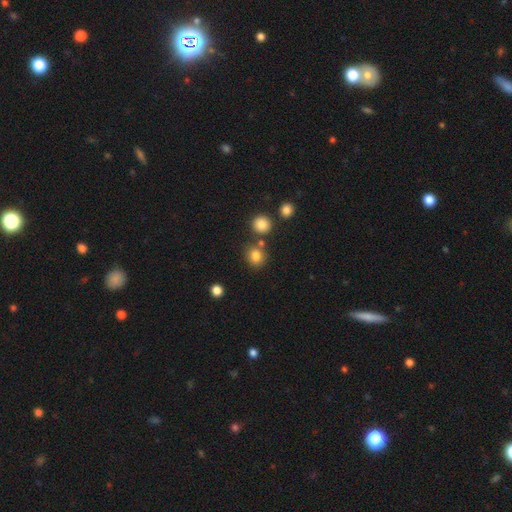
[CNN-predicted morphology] A smooth galaxy with no disk features (81%) that is round (82%). Merging: none (75%).